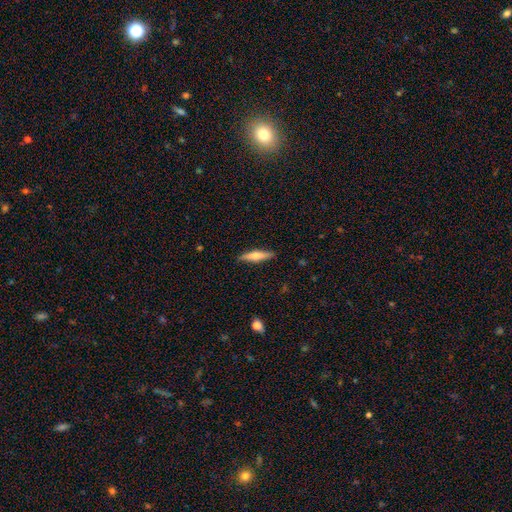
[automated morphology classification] This appears to be a smooth galaxy with no disk features (56%) that is cigar-shaped (81%). Merging: none (88%).